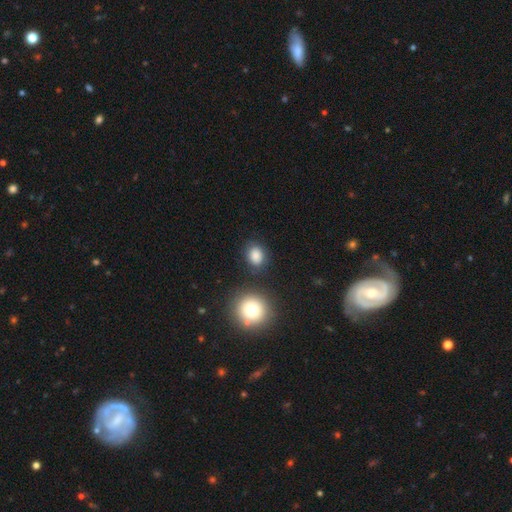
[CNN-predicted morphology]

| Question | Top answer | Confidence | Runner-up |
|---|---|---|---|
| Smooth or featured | smooth | 84% | star or artifact (10%) |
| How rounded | round | 51% | in between (48%) |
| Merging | none | 78% | minor disturbance (13%) |